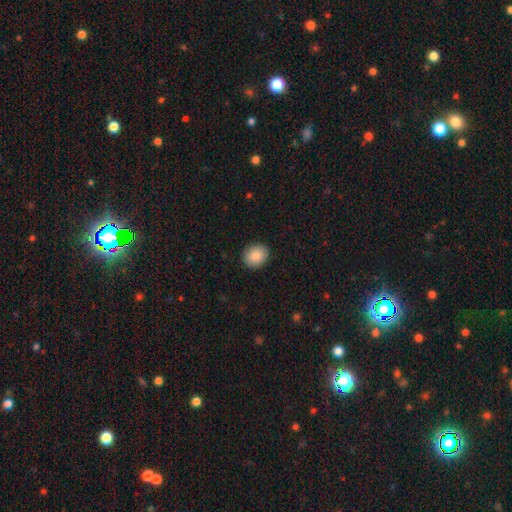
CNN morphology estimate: The model was most divided on "how rounded": round: 60%, in between: 40%, cigar-shaped: 1%. More confident: merging — none (91%); smooth or featured — smooth (87%).